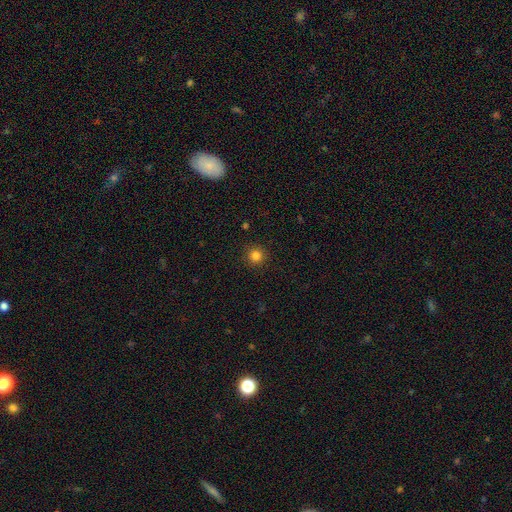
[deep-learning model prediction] Smooth or featured? smooth (83%)
How rounded? round (95%)
Merging? none (92%)